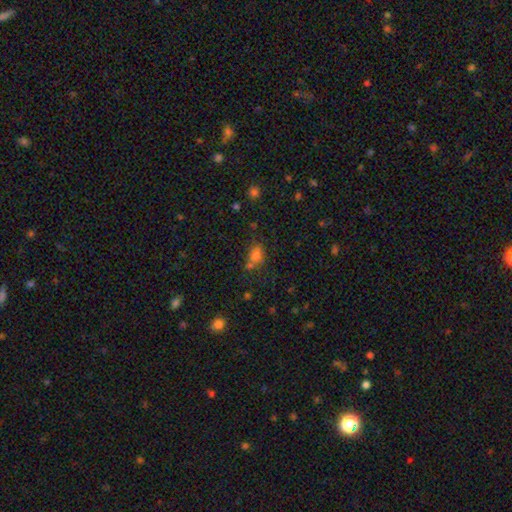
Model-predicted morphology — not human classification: smooth-or-featured: smooth: 69% | star or artifact: 19% | featured or disk: 12%
  how-rounded: round: 51% | in between: 47% | cigar-shaped: 2%
  merging: none: 53% | merger: 23% | minor disturbance: 17% | major disturbance: 7%